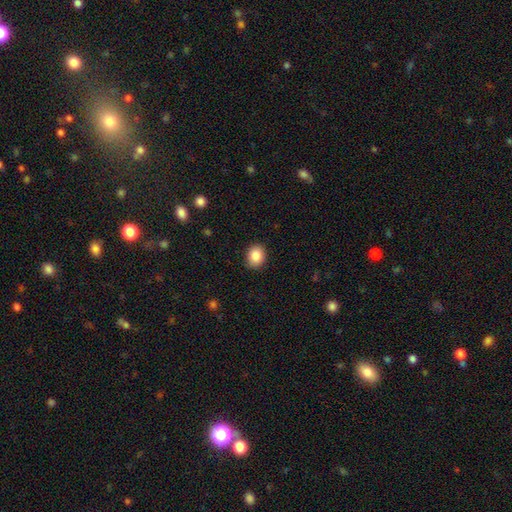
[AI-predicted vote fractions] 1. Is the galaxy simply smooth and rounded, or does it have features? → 86% smooth, 9% star or artifact, 5% featured or disk.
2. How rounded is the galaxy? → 60% round, 39% in between, 1% cigar-shaped.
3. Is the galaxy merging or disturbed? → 87% none, 10% minor disturbance, 2% major disturbance, 1% merger.